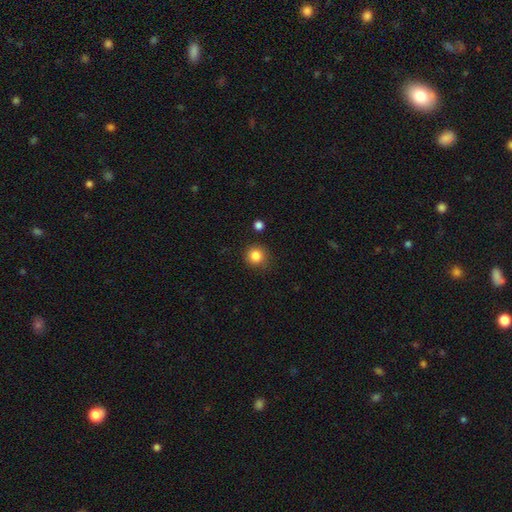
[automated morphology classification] The model was most divided on "smooth or featured": smooth: 84%, star or artifact: 11%, featured or disk: 5%. More confident: how rounded — round (92%); merging — none (85%).